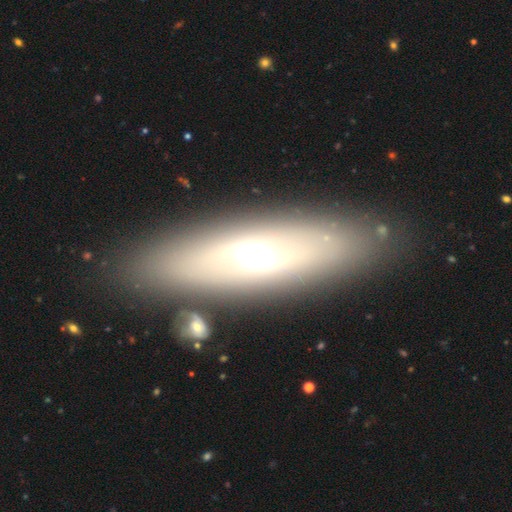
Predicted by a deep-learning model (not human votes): This appears to be a featured or disk galaxy (62%). Merging: none (84%).